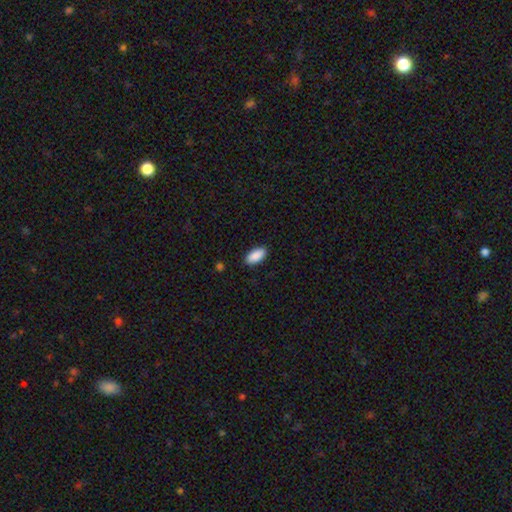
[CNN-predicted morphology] Smooth or featured?
  - smooth: 90% *
  - star or artifact: 6%
  - featured or disk: 4%
How rounded?
  - in between: 92% *
  - cigar-shaped: 6%
  - round: 2%
Merging?
  - none: 89% *
  - minor disturbance: 8%
  - major disturbance: 2%
  - merger: 1%